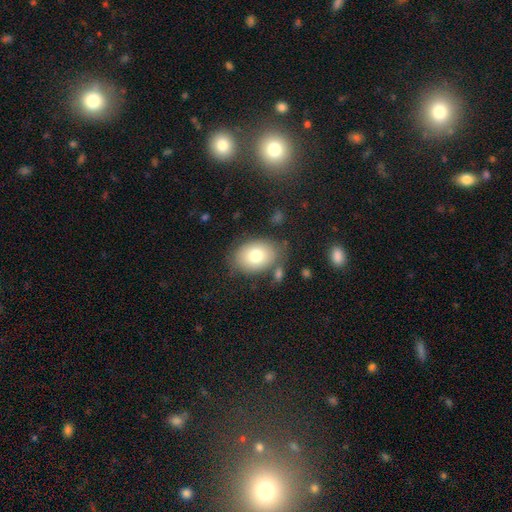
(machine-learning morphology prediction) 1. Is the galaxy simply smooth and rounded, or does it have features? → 77% smooth, 15% featured or disk, 9% star or artifact.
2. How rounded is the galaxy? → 70% in between, 29% round, 1% cigar-shaped.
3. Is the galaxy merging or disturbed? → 73% none, 16% minor disturbance, 6% major disturbance, 5% merger.